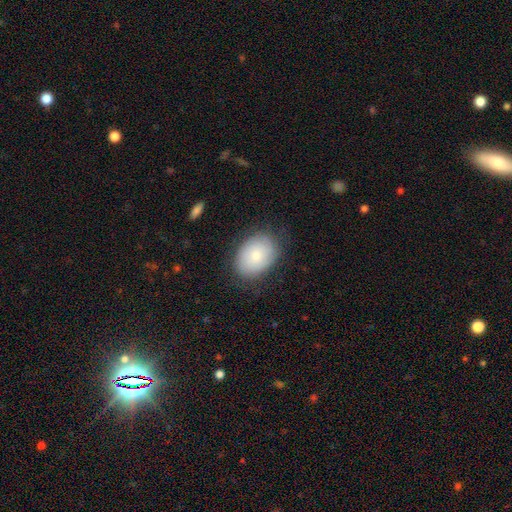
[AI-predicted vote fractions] Q: Smooth or featured?
A: smooth (78%); runner-up: featured or disk (16%)
Q: How rounded?
A: in between (75%); runner-up: round (24%)
Q: Merging?
A: none (77%); runner-up: minor disturbance (17%)